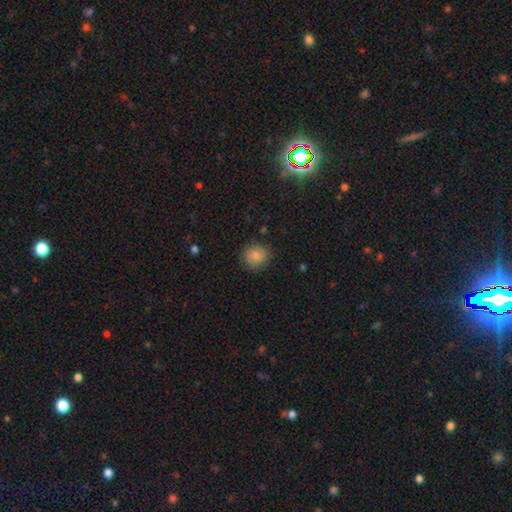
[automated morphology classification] Smooth or featured: smooth — 84% (star or artifact — 9%)
How rounded: round — 89% (in between — 10%)
Merging: none — 83% (minor disturbance — 13%)